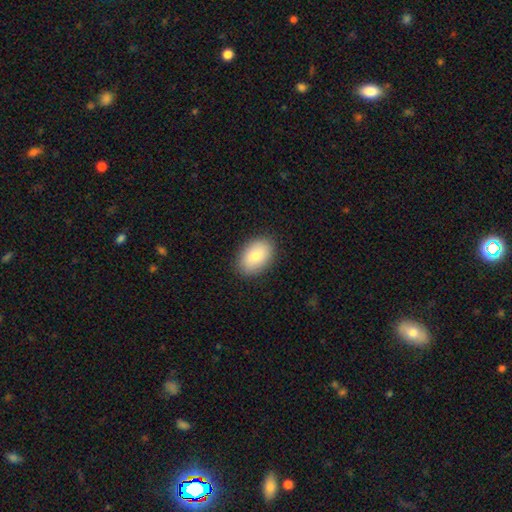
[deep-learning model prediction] A smooth galaxy with no disk features (80%) that is in between round and cigar-shaped (86%). Merging: none (88%).